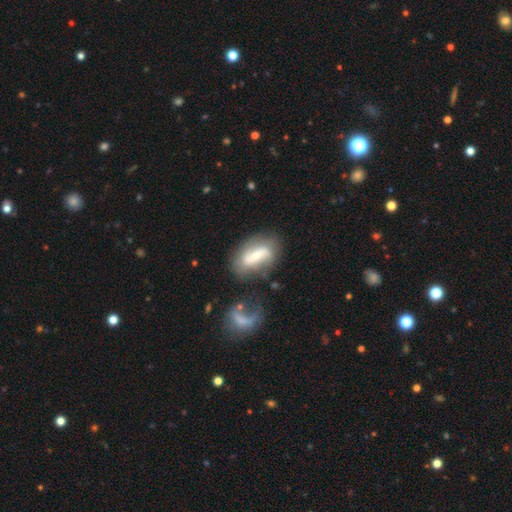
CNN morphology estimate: smooth_or_featured: featured or disk (p=0.62) [alt: smooth p=0.31]
disk_edge_on: no (p=0.88) [alt: yes p=0.12]
bar: strong (p=0.52) [alt: weak p=0.33]
has_spiral_arms: yes (p=0.71) [alt: no p=0.29]
bulge_size: small (p=0.45) [alt: moderate p=0.43]
merging: none (p=0.64) [alt: minor disturbance p=0.19]